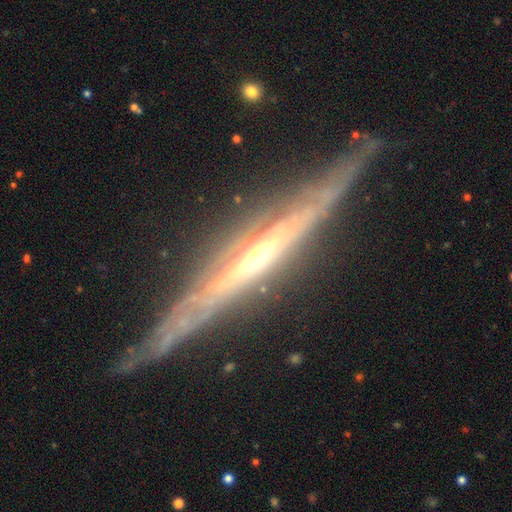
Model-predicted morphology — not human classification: featured or disk 87%, smooth 8%, star or artifact 6%. Down the decision tree: edge-on disk — yes (88%); edge-on bulge — rounded (72%); merging — none (75%).